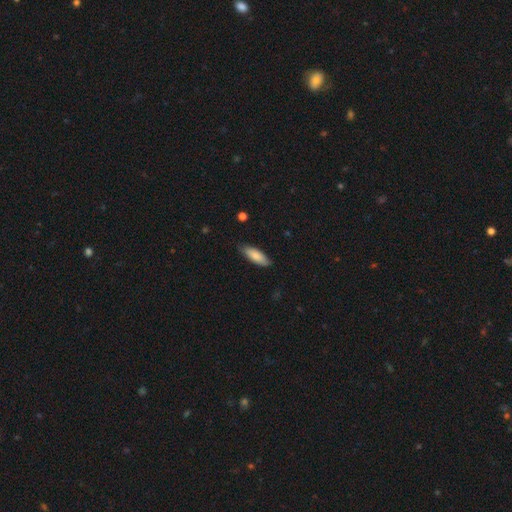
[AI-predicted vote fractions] Smooth or featured? Predicted: smooth (p=0.83). How rounded? Predicted: in between (p=0.64). Merging? Predicted: none (p=0.79).